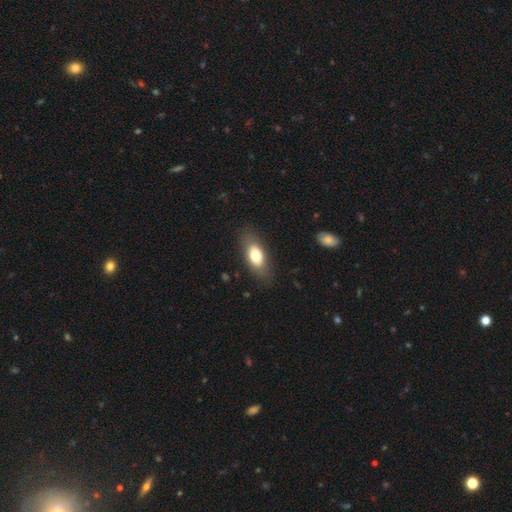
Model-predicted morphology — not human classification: type=smooth (71%); roundness=in between (83%); merging=none (81%).